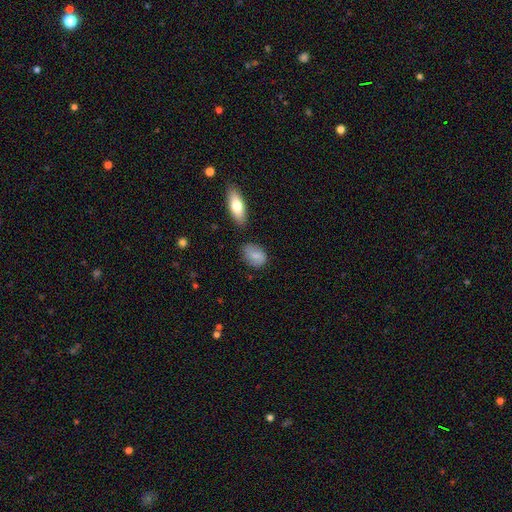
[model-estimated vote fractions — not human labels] Smooth or featured? Predicted: smooth (p=0.76). How rounded? Predicted: in between (p=0.76). Merging? Predicted: none (p=0.71).